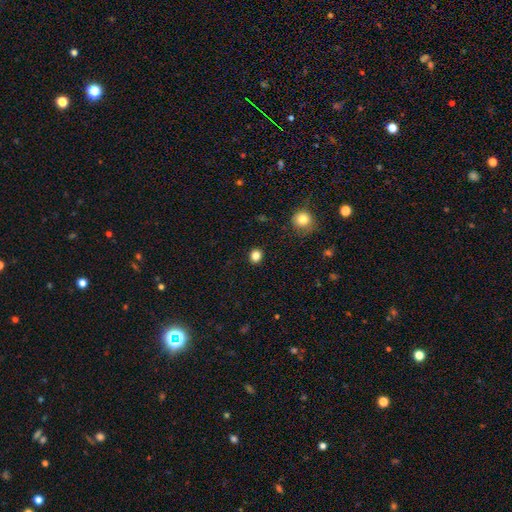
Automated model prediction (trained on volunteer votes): Smooth or featured? smooth (84%)
How rounded? round (78%)
Merging? none (91%)